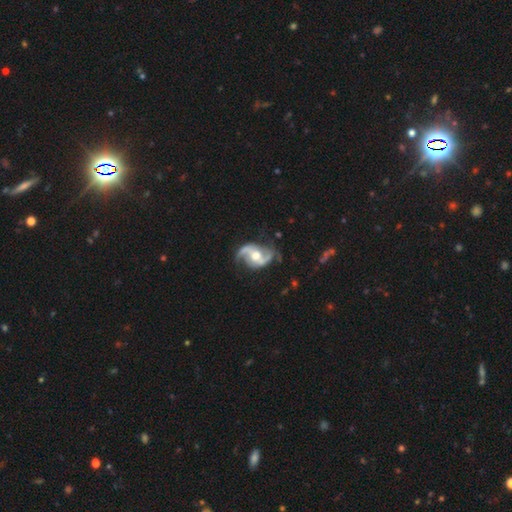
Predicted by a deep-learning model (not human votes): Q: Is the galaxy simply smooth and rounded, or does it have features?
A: featured or disk — 90%.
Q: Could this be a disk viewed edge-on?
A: no — 97%.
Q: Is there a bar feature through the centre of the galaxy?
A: weak — 39%.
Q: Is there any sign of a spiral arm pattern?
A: yes — 96%.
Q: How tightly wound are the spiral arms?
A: loose — 49%.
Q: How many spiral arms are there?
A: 2 — 91%.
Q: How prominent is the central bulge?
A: moderate — 69%.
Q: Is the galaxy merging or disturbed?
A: none — 69%.